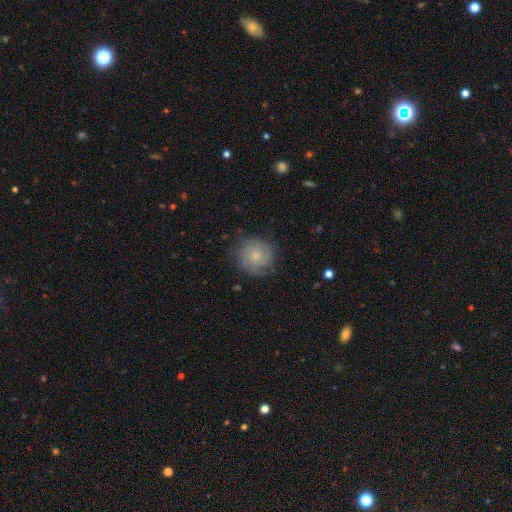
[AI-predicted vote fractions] Smooth or featured?
  - featured or disk: 49% *
  - smooth: 42%
  - star or artifact: 8%
Merging?
  - none: 76% *
  - minor disturbance: 17%
  - major disturbance: 6%
  - merger: 1%